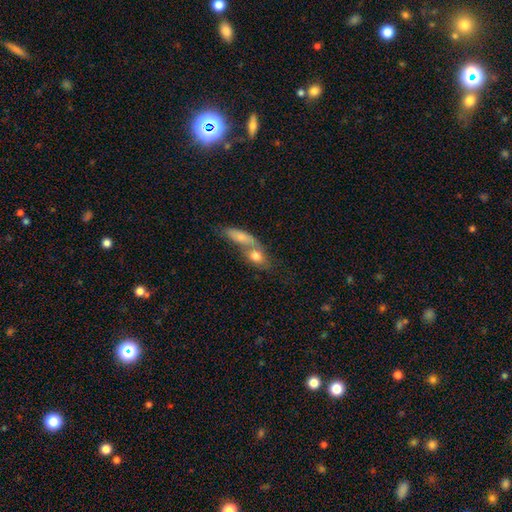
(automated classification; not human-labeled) A smooth galaxy with no disk features (70%) that is in between round and cigar-shaped (57%).

Vote fractions:
- Smooth or featured? smooth: 70% / featured or disk: 22% / star or artifact: 8%
- How rounded? in between: 57% / round: 24% / cigar-shaped: 20%
- Merging? merger: 57% / none: 30% / minor disturbance: 8% / major disturbance: 5%